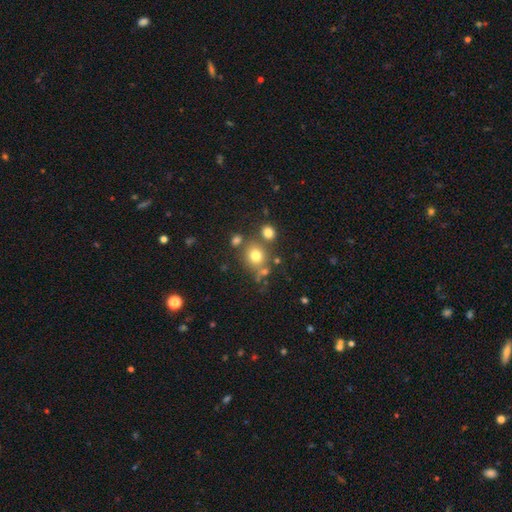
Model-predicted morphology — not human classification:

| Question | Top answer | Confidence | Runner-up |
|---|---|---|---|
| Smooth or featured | smooth | 75% | star or artifact (15%) |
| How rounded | round | 81% | in between (18%) |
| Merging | none | 67% | merger (17%) |